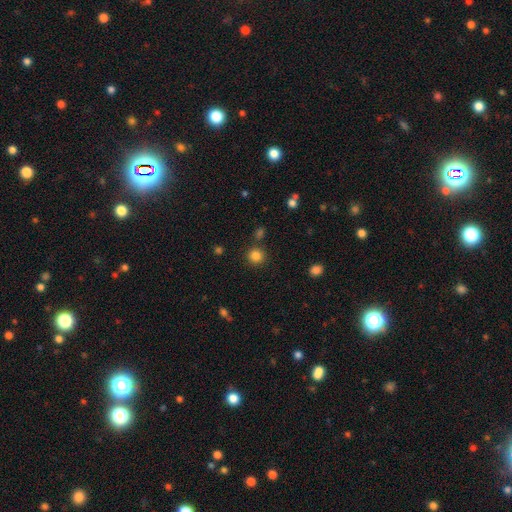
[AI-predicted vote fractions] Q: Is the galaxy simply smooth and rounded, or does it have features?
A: smooth — 83%.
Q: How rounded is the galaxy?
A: round — 92%.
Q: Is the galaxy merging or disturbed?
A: none — 85%.